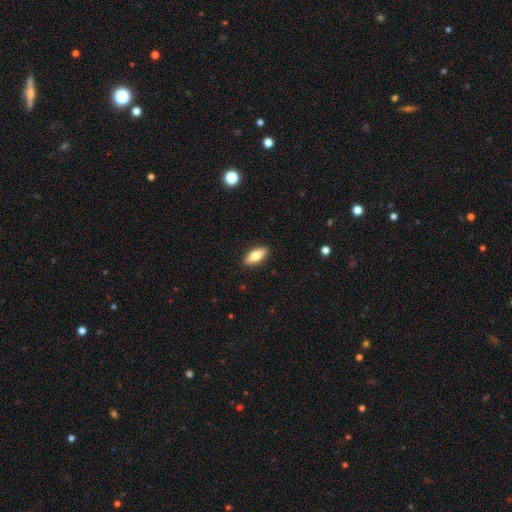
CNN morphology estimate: type=smooth (75%); roundness=in between (81%); merging=none (90%).